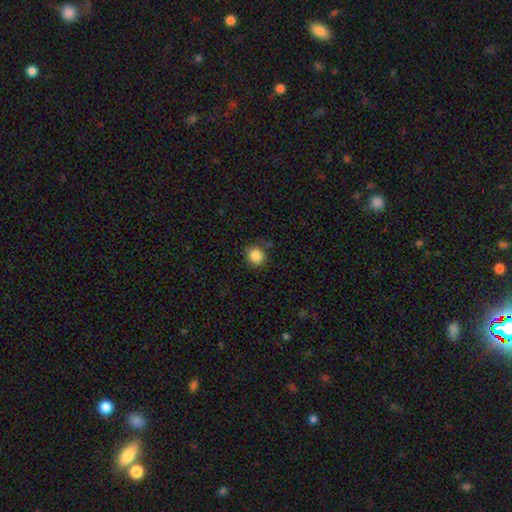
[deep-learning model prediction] The model was most divided on "merging": none: 80%, minor disturbance: 14%, major disturbance: 3%, merger: 2%. More confident: smooth or featured — smooth (85%); how rounded — round (83%).